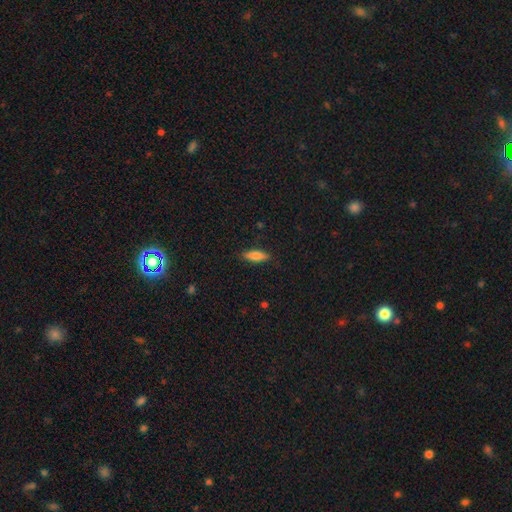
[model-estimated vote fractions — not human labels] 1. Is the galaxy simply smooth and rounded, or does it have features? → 79% smooth, 14% featured or disk, 7% star or artifact.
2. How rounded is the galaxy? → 58% in between, 40% cigar-shaped, 2% round.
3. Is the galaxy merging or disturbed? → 87% none, 10% minor disturbance, 2% major disturbance, 1% merger.